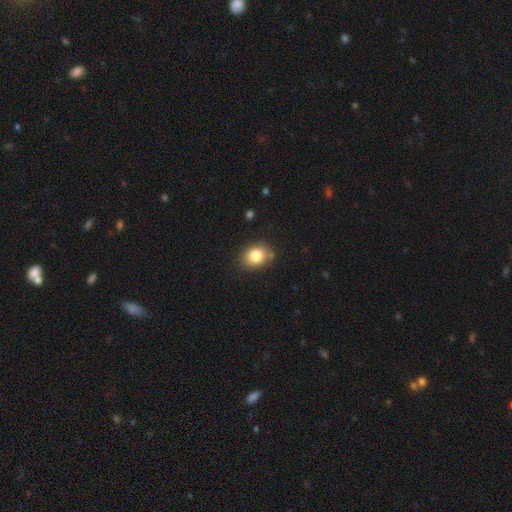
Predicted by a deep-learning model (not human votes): Smooth or featured? Predicted: smooth (p=0.83). How rounded? Predicted: in between (p=0.52). Merging? Predicted: none (p=0.79).